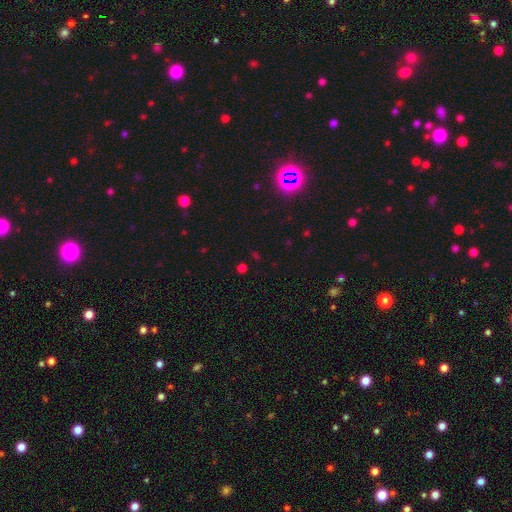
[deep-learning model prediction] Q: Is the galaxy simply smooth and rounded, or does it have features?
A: star or artifact — 50%.